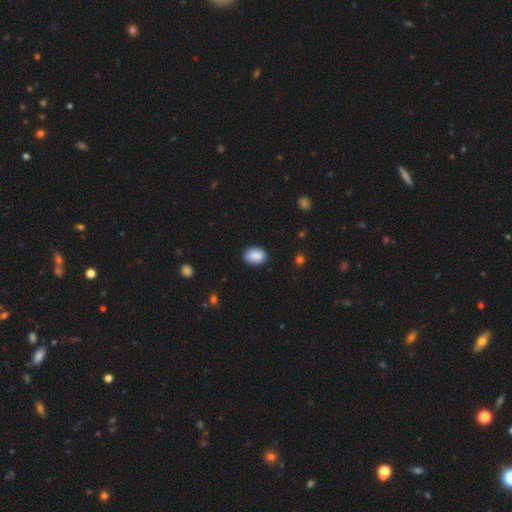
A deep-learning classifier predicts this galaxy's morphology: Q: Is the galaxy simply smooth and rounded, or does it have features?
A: smooth — 89%.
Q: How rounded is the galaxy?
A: in between — 79%.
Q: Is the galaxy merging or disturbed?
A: none — 85%.